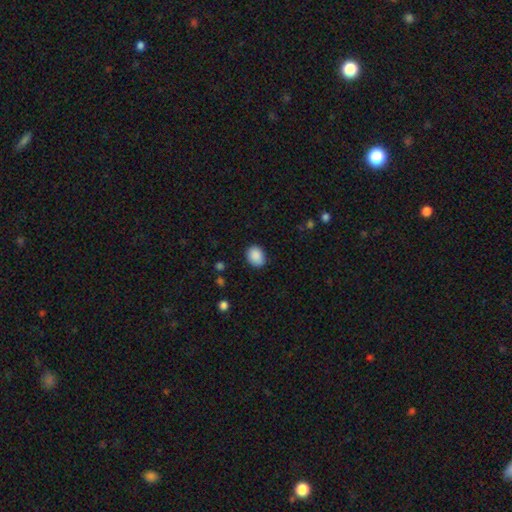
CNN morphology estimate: smooth_or_featured: smooth (p=0.89) [alt: star or artifact p=0.08]
how_rounded: in between (p=0.53) [alt: round p=0.46]
merging: none (p=0.80) [alt: minor disturbance p=0.16]